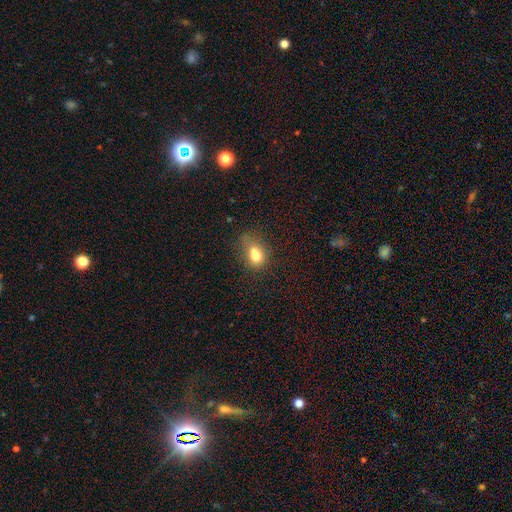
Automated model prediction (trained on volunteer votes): Q: Smooth or featured?
A: smooth (72%); runner-up: featured or disk (17%)
Q: How rounded?
A: in between (55%); runner-up: round (43%)
Q: Merging?
A: merger (42%); runner-up: none (28%)